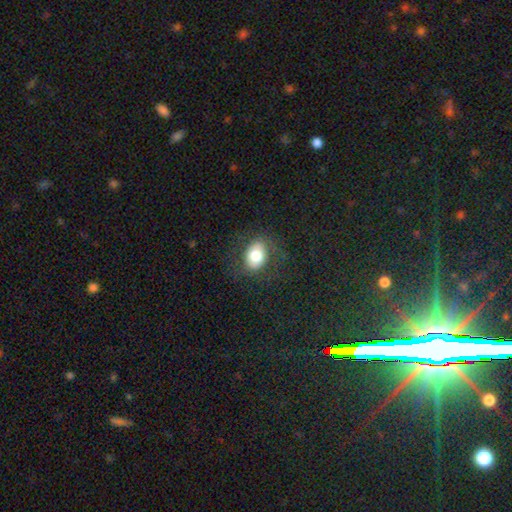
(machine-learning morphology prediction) Smooth or featured: smooth — 75% (featured or disk — 16%)
How rounded: in between — 70% (round — 28%)
Merging: none — 76% (minor disturbance — 15%)